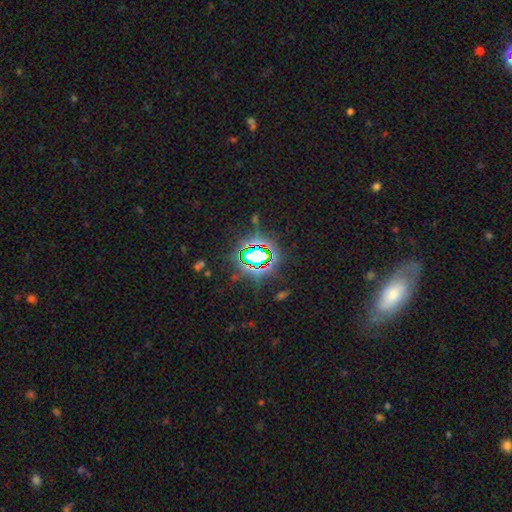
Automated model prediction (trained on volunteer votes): Smooth or featured?
  - star or artifact: 76% *
  - smooth: 15%
  - featured or disk: 10%